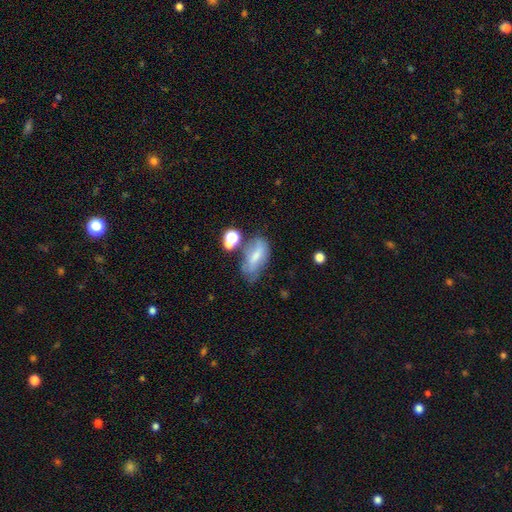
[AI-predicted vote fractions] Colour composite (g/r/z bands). It shows a smooth galaxy with no disk features (54%) that is in between round and cigar-shaped (82%). Merging: none (41%).